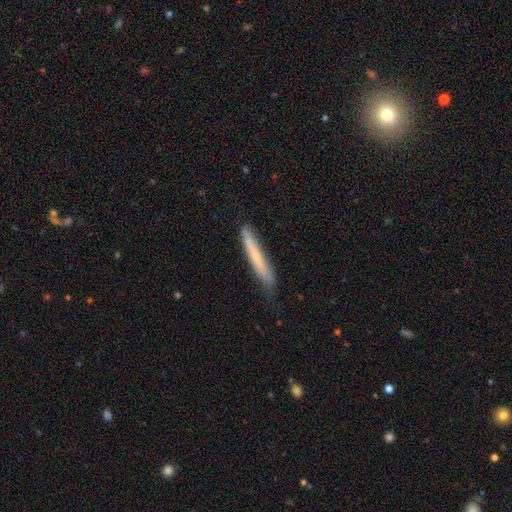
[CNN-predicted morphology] The model was most divided on "smooth or featured": smooth: 63%, featured or disk: 31%, star or artifact: 6%. More confident: how rounded — cigar-shaped (96%); merging — none (75%).